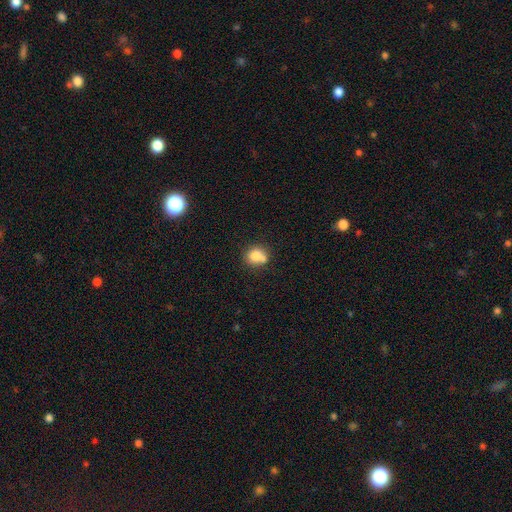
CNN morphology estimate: smooth-or-featured: smooth: 79% | featured or disk: 11% | star or artifact: 10%
  how-rounded: round: 75% | in between: 24% | cigar-shaped: 1%
  merging: none: 53% | merger: 28% | minor disturbance: 15% | major disturbance: 4%